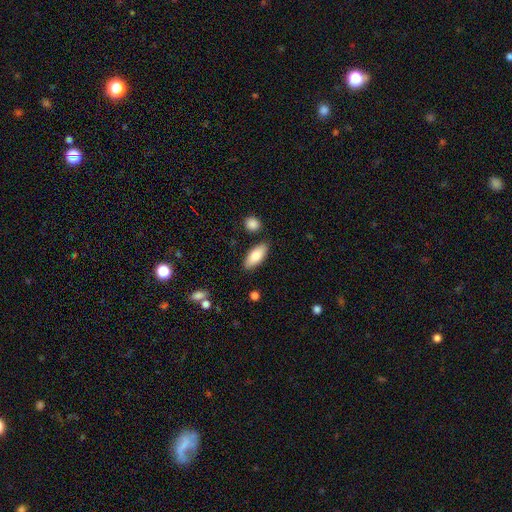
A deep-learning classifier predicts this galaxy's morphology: smooth_or_featured: smooth (p=0.83) [alt: featured or disk p=0.11]
how_rounded: in between (p=0.82) [alt: cigar-shaped p=0.15]
merging: none (p=0.84) [alt: minor disturbance p=0.10]